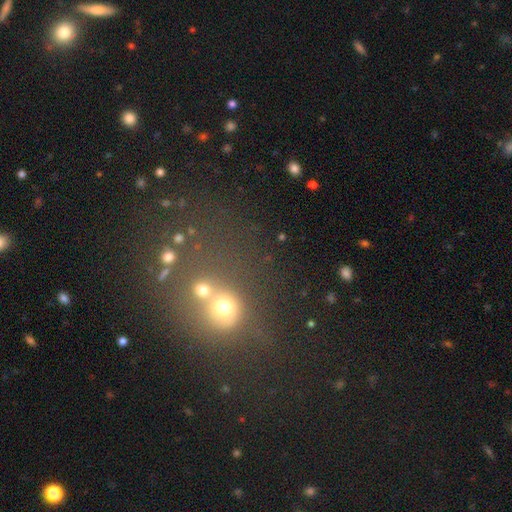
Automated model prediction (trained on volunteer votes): smooth-or-featured: star or artifact: 46% | smooth: 39% | featured or disk: 15%